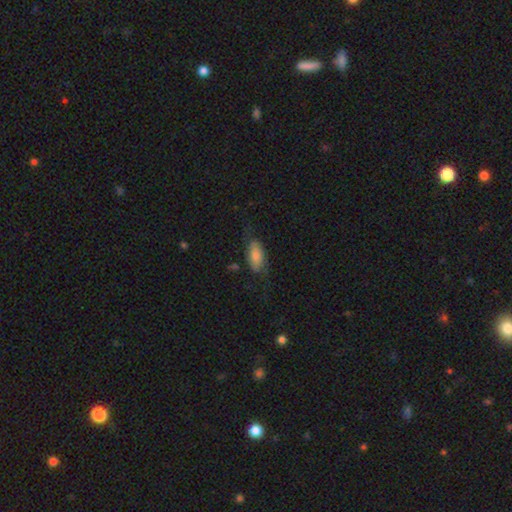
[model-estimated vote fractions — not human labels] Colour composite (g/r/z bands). It shows a smooth galaxy with no disk features (77%) that is in between round and cigar-shaped (88%). Merging: none (61%).